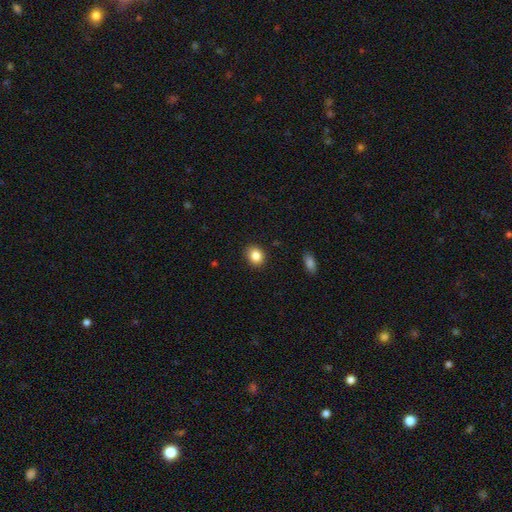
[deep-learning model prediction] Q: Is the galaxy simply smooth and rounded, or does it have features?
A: smooth — 85%.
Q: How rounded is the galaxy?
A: round — 67%.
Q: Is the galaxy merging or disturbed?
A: none — 89%.